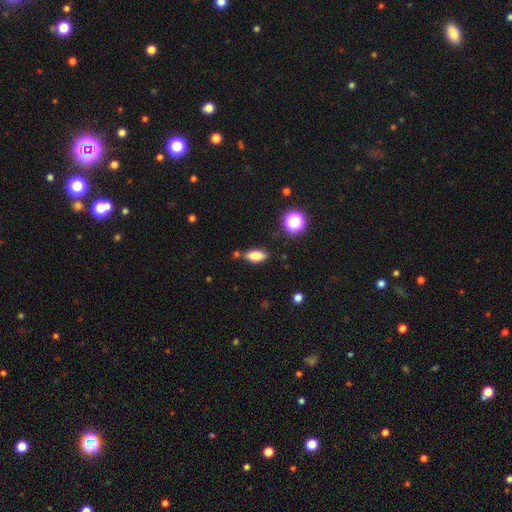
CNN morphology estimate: Overall: smooth (81%). How rounded: in between (80%). Merging: none (78%).